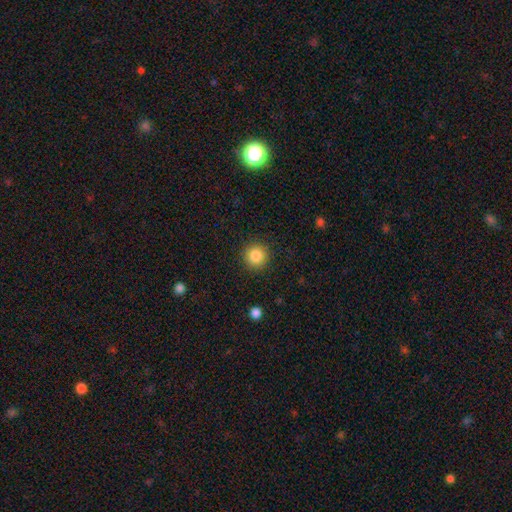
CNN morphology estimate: A smooth galaxy with no disk features (85%) that is round (95%). Merging: none (91%).